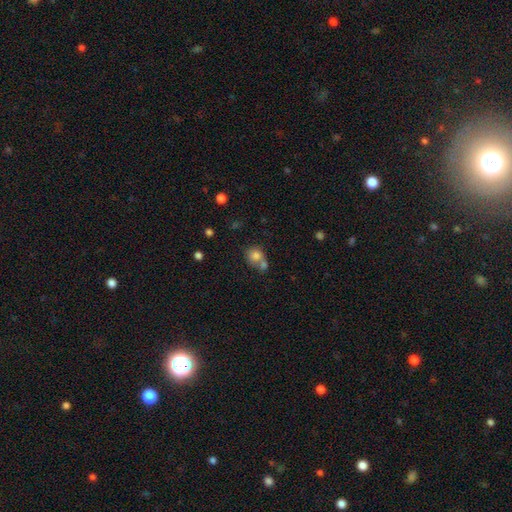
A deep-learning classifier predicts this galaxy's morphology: smooth-or-featured: smooth: 79% | featured or disk: 11% | star or artifact: 10%
  how-rounded: round: 79% | in between: 20% | cigar-shaped: 1%
  merging: merger: 45% | none: 40% | minor disturbance: 10% | major disturbance: 4%